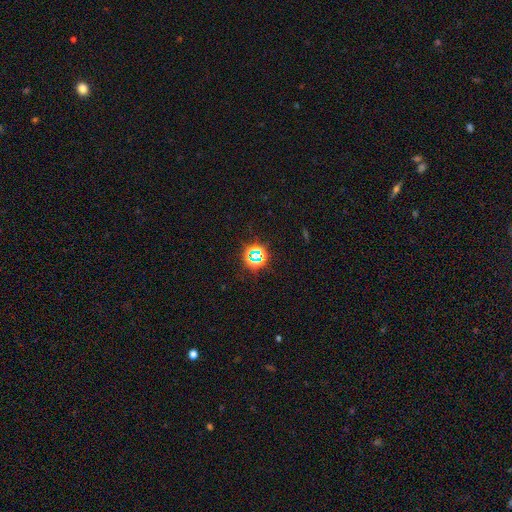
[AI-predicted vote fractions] smooth_or_featured: star or artifact (p=0.71) [alt: smooth p=0.20]